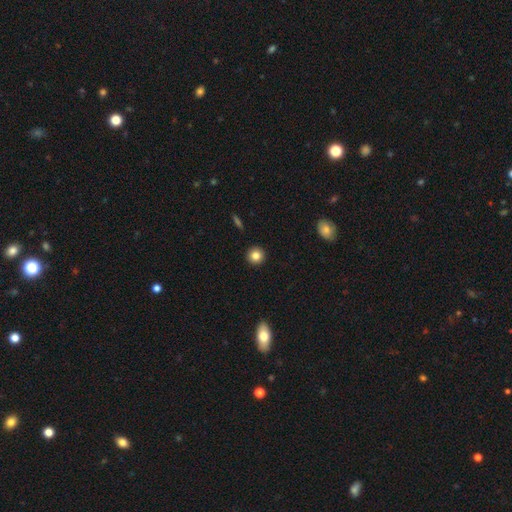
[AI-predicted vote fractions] smooth 84%, star or artifact 10%, featured or disk 6%. Down the decision tree: how rounded — round (95%); merging — none (93%).